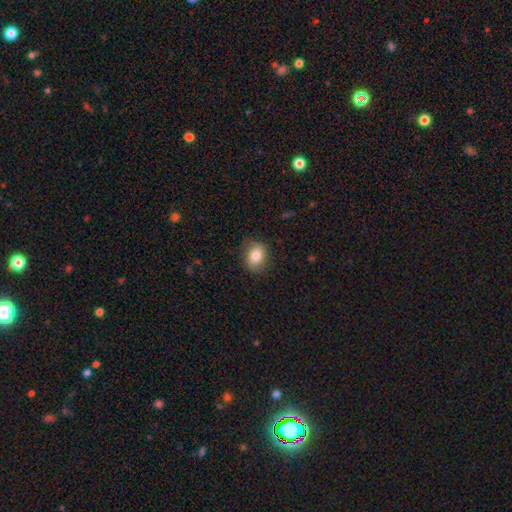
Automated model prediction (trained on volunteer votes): The model was most divided on "how rounded": in between: 62%, round: 37%, cigar-shaped: 1%. More confident: smooth or featured — smooth (81%); merging — none (77%).